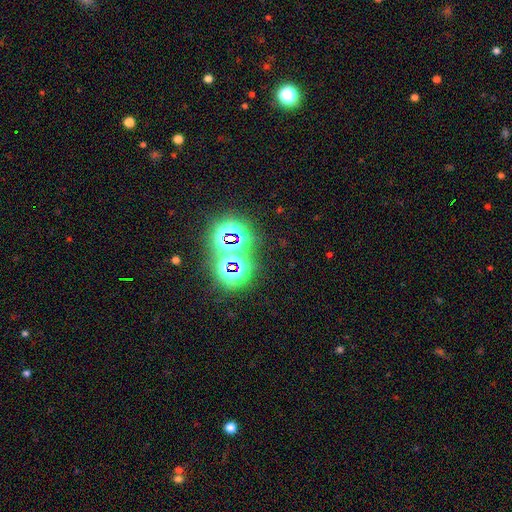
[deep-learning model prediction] Smooth or featured?
  - star or artifact: 75% *
  - smooth: 14%
  - featured or disk: 11%